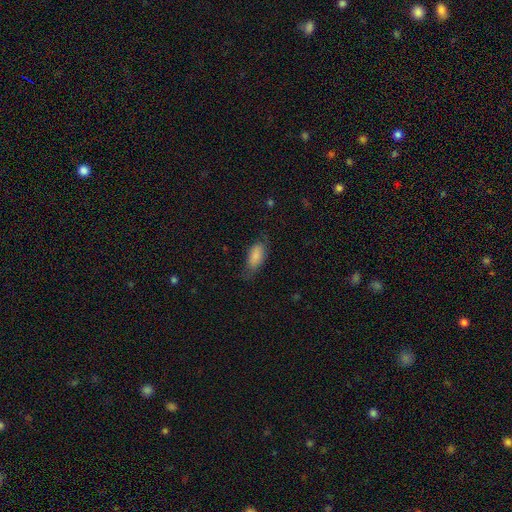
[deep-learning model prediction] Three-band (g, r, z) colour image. It shows a smooth galaxy with no disk features (82%) that is in between round and cigar-shaped (88%). Merging: none (62%).